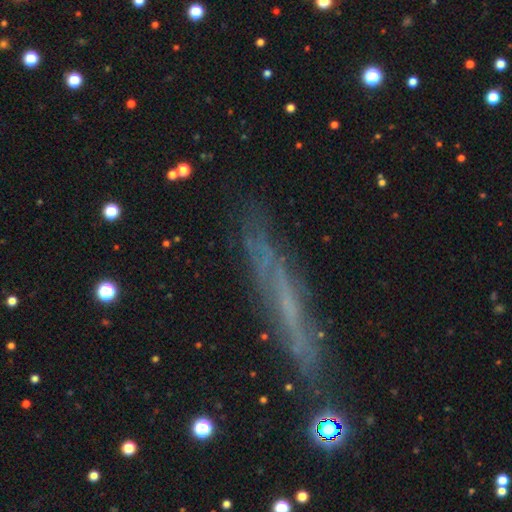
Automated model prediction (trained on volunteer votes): Morphology: type=featured or disk (58%); edge-on=yes (79%); merging=none (78%).